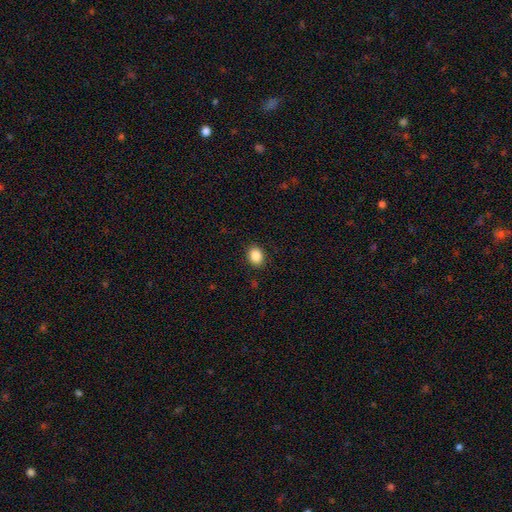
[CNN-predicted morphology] This appears to be a smooth galaxy with no disk features (88%) that is in between round and cigar-shaped (54%). Merging: none (89%).